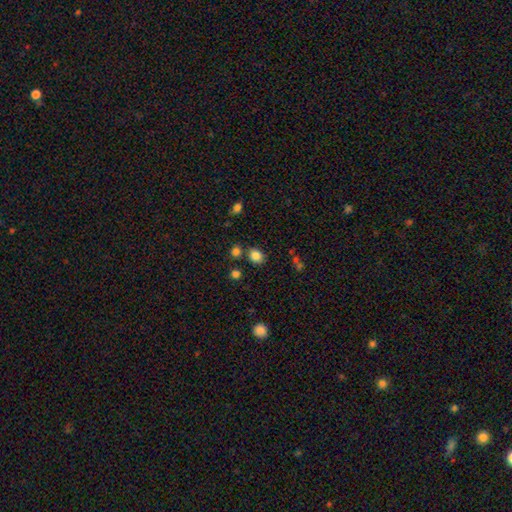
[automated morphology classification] smooth 83%, star or artifact 12%, featured or disk 5%. Down the decision tree: how rounded — round (56%); merging — none (77%).